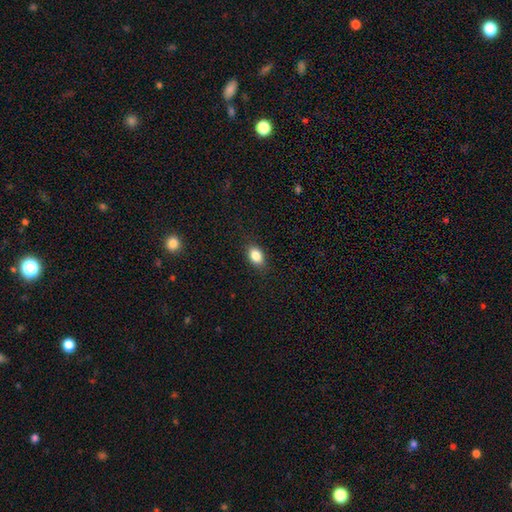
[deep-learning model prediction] A smooth galaxy with no disk features (85%) that is in between round and cigar-shaped (83%).

Vote fractions:
- Smooth or featured? smooth: 85% / star or artifact: 9% / featured or disk: 6%
- How rounded? in between: 83% / round: 15% / cigar-shaped: 2%
- Merging? none: 86% / minor disturbance: 10% / major disturbance: 3% / merger: 1%